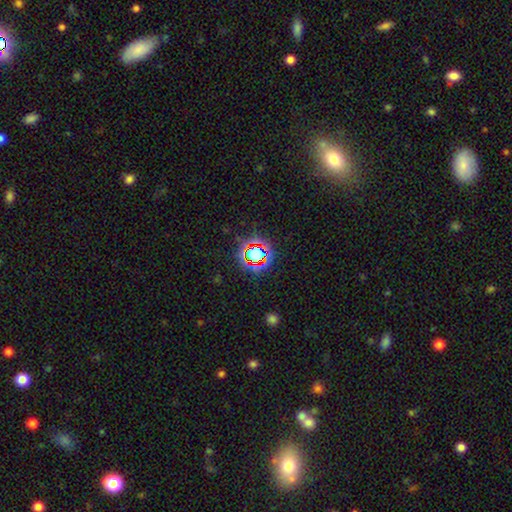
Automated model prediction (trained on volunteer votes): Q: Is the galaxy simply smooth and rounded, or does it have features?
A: star or artifact — 66%.